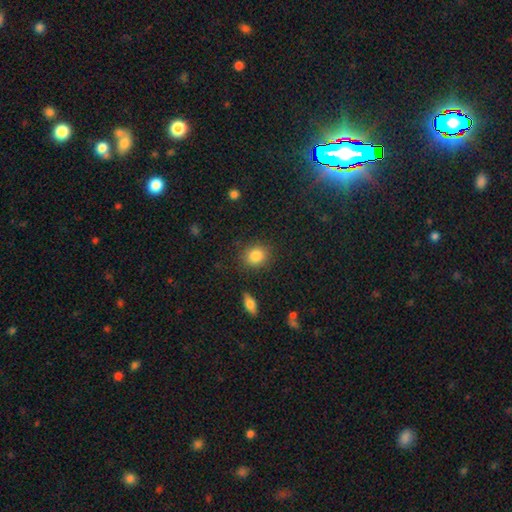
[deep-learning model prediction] The model was most divided on "how rounded": round: 66%, in between: 33%, cigar-shaped: 1%. More confident: merging — none (86%); smooth or featured — smooth (85%).